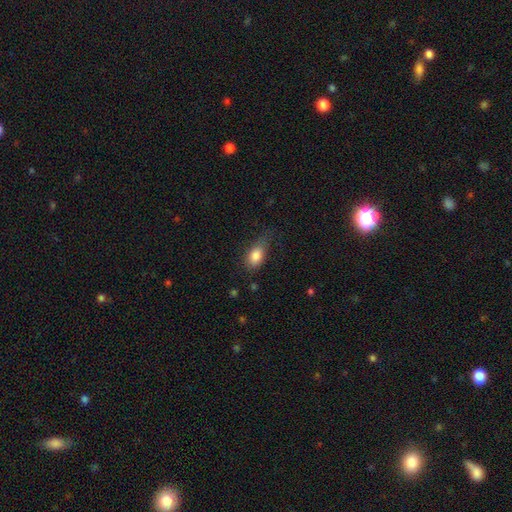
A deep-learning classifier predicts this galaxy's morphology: Overall: smooth (83%). How rounded: in between (85%). Merging: none (56%; minor disturbance 31%).